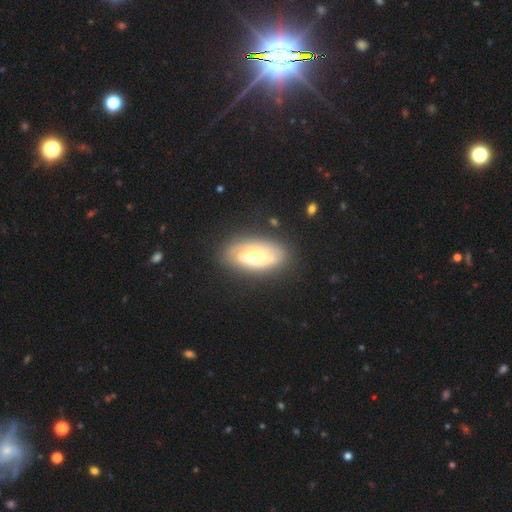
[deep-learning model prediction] smooth_or_featured: featured or disk (p=0.58) [alt: smooth p=0.35]
disk_edge_on: no (p=0.89) [alt: yes p=0.11]
bar: no (p=0.62) [alt: weak p=0.27]
has_spiral_arms: yes (p=0.78) [alt: no p=0.22]
bulge_size: moderate (p=0.50) [alt: small p=0.23]
merging: none (p=0.74) [alt: minor disturbance p=0.17]